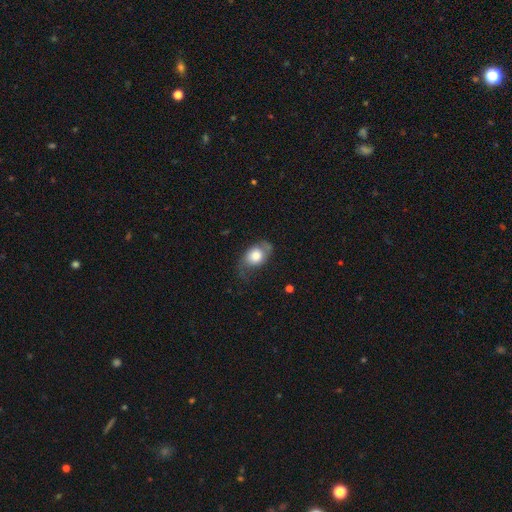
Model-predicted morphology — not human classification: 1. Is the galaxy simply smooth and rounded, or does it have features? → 64% smooth, 28% featured or disk, 7% star or artifact.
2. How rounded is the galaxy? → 70% in between, 28% round, 2% cigar-shaped.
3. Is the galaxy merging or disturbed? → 49% none, 32% minor disturbance, 17% major disturbance, 2% merger.